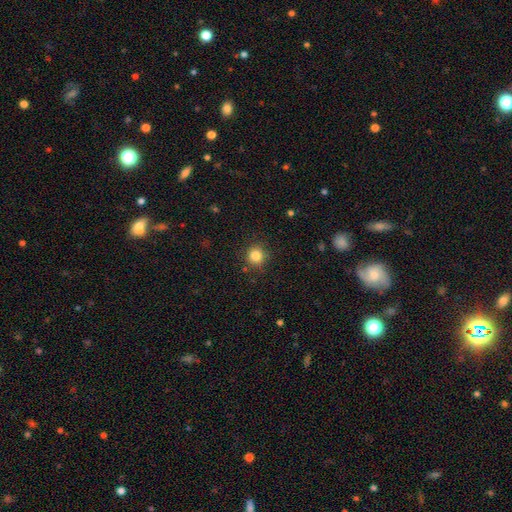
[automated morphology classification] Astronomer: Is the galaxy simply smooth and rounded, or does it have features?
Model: smooth — 83%.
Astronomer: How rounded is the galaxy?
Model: round — 93%.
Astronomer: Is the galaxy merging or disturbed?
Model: none — 87%.